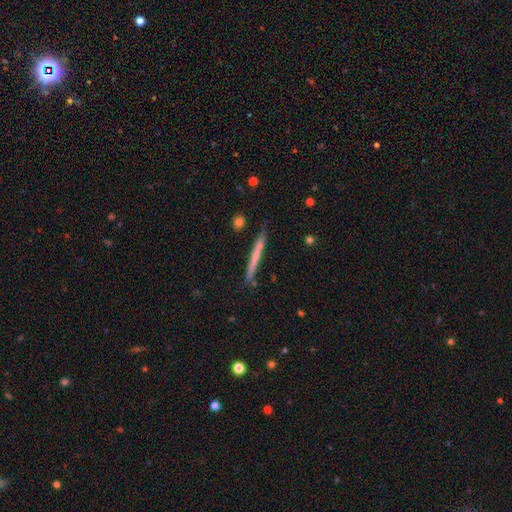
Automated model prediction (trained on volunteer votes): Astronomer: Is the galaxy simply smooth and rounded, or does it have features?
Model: smooth — 49% (runner-up: featured or disk, 46%).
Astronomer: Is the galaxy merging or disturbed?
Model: none — 84%.